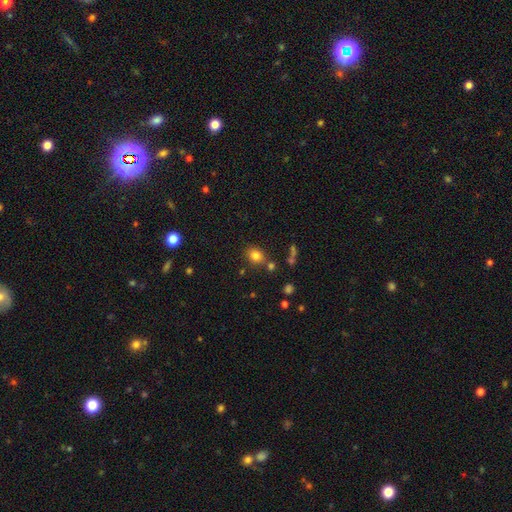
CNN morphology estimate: smooth-or-featured: smooth: 80% | star or artifact: 13% | featured or disk: 7%
  how-rounded: round: 62% | in between: 37% | cigar-shaped: 1%
  merging: none: 76% | minor disturbance: 11% | merger: 9% | major disturbance: 4%